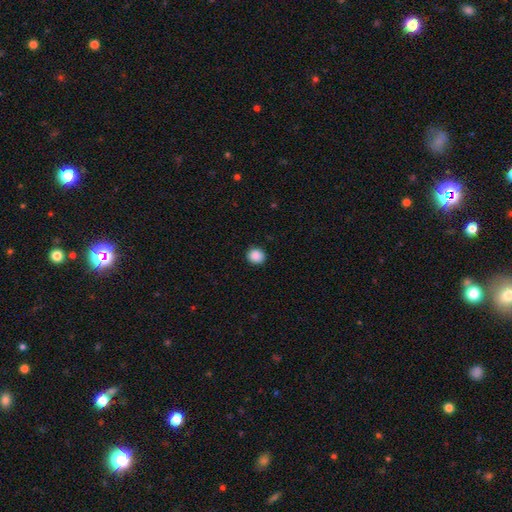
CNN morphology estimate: This is clearly a smooth galaxy (89%). How rounded: clearly round (82%). Merging: clearly none (91%).